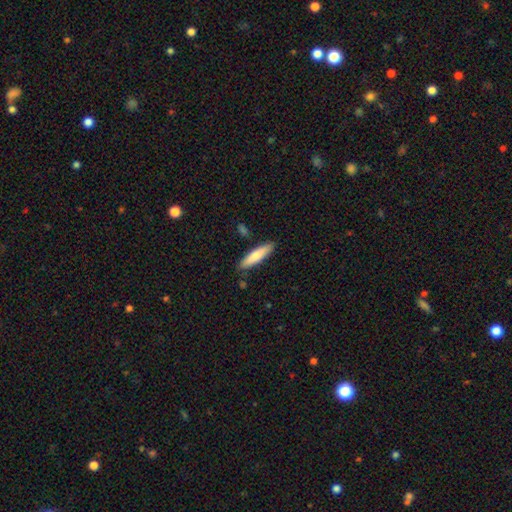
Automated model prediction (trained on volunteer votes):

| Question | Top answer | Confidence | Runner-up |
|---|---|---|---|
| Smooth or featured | smooth | 75% | featured or disk (19%) |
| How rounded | cigar-shaped | 75% | in between (23%) |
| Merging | none | 86% | minor disturbance (10%) |